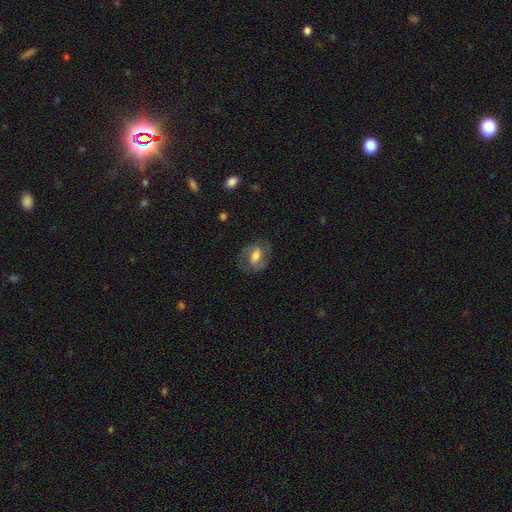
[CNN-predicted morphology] The model was most divided on "smooth or featured": featured or disk: 50%, smooth: 42%, star or artifact: 8%. More confident: merging — none (69%).